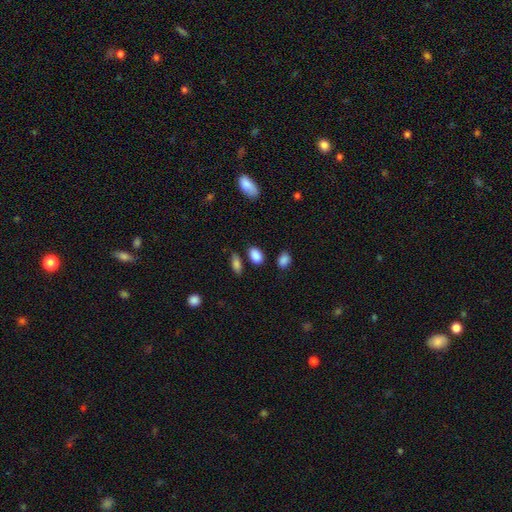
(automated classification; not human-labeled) smooth 87%, star or artifact 8%, featured or disk 4%. Down the decision tree: how rounded — in between (88%); merging — none (80%).